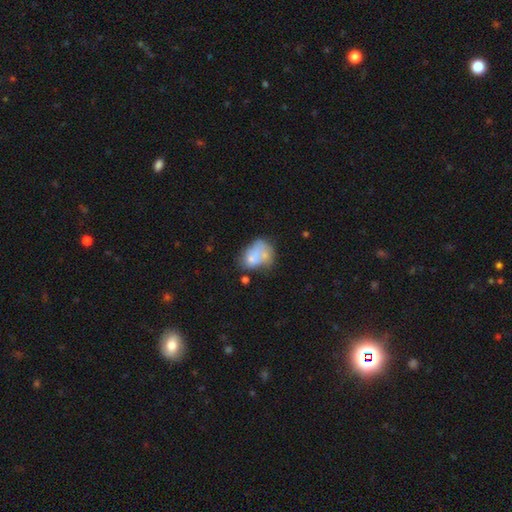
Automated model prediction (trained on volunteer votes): Overall: smooth (65%; featured or disk 27%). How rounded: in between (72%). Merging: merger (36%; none 26%).